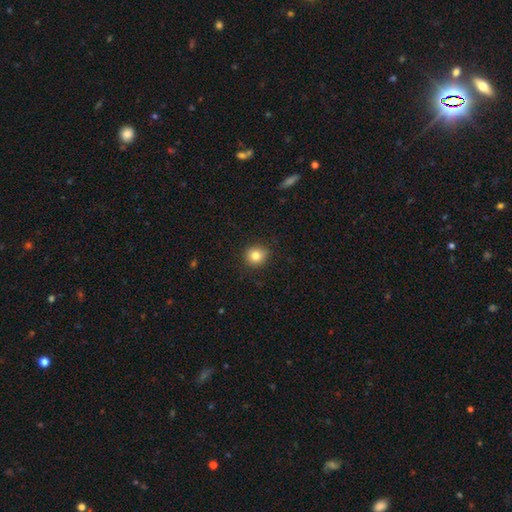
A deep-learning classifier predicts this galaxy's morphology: Smooth or featured: smooth — 83% (star or artifact — 10%)
How rounded: round — 87% (in between — 12%)
Merging: none — 89% (minor disturbance — 8%)